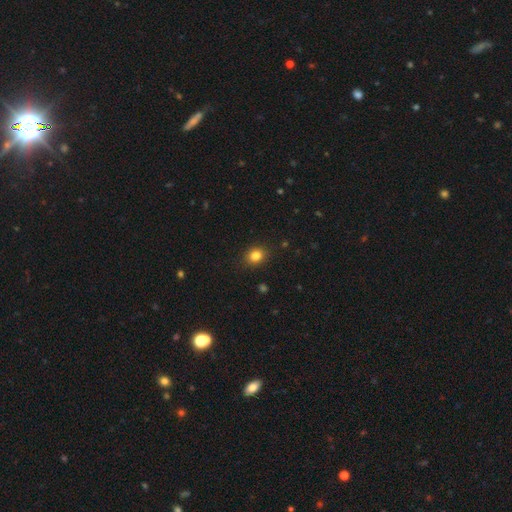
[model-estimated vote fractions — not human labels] Smooth or featured: smooth — 83% (star or artifact — 11%)
How rounded: round — 58% (in between — 41%)
Merging: none — 89% (minor disturbance — 8%)